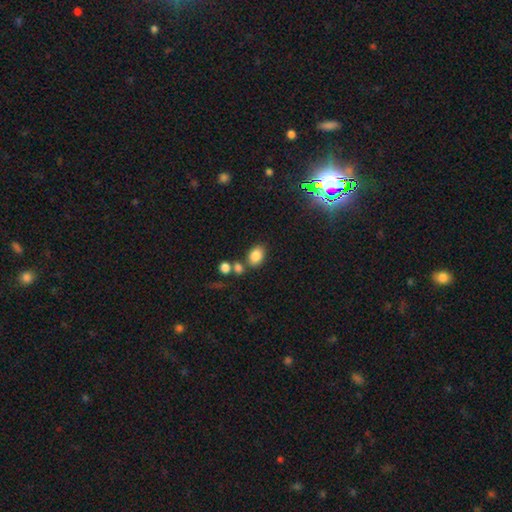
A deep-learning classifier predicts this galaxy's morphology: Smooth or featured? Predicted: smooth (p=0.84). How rounded? Predicted: in between (p=0.76). Merging? Predicted: none (p=0.66).